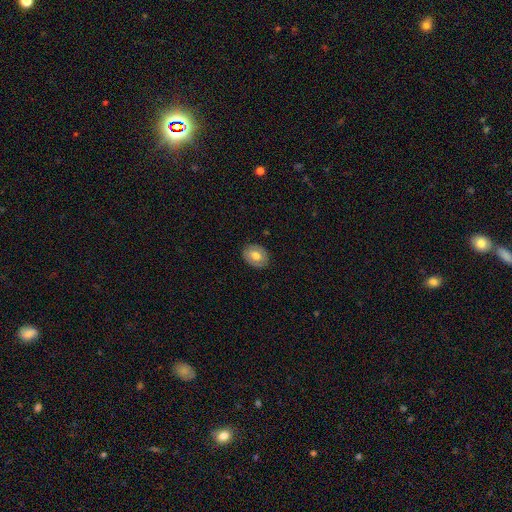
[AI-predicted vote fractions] Smooth or featured? Predicted: smooth (p=0.69). How rounded? Predicted: in between (p=0.57). Merging? Predicted: none (p=0.86).